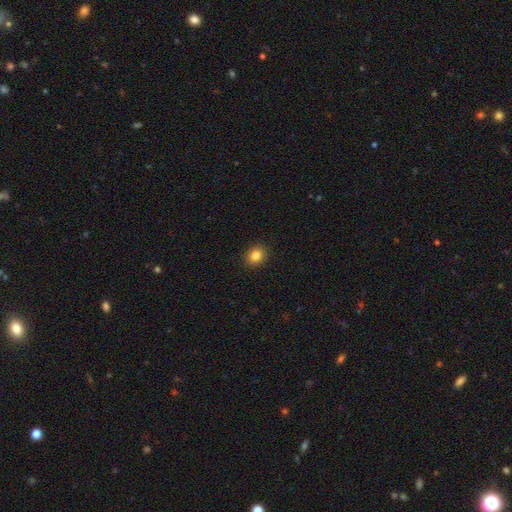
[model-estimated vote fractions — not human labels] A smooth galaxy with no disk features (83%) that is round (62%).

Vote fractions:
- Smooth or featured? smooth: 83% / star or artifact: 11% / featured or disk: 6%
- How rounded? round: 62% / in between: 37% / cigar-shaped: 1%
- Merging? none: 91% / minor disturbance: 6% / major disturbance: 2% / merger: 1%